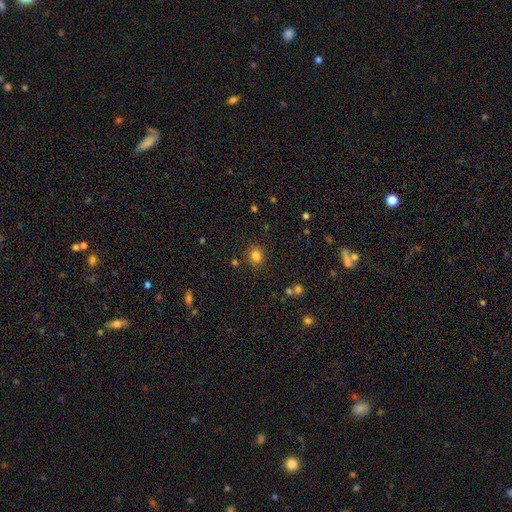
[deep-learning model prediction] This appears to be a smooth galaxy with no disk features (82%) that is round (74%). Merging: none (85%).